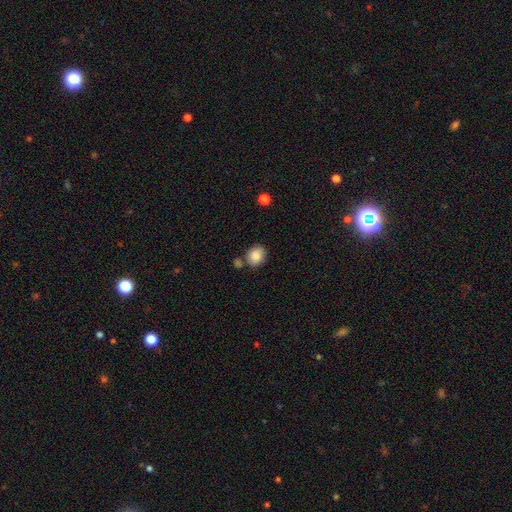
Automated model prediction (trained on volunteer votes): The model was most divided on "how rounded": round: 55%, in between: 44%, cigar-shaped: 1%. More confident: smooth or featured — smooth (86%); merging — none (66%).